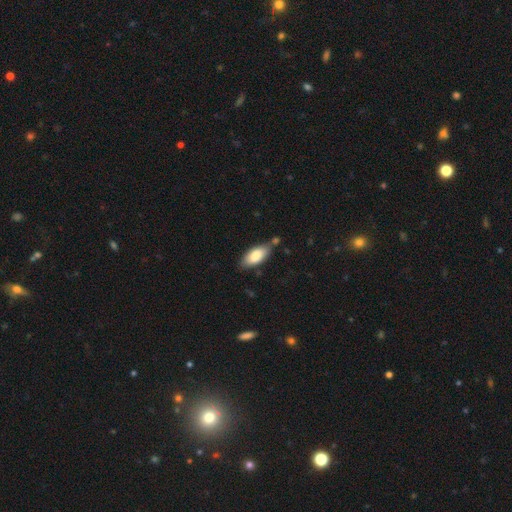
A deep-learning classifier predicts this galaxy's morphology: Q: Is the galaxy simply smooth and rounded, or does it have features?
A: smooth — 82%.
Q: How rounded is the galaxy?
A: in between — 87%.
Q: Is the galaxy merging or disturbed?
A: none — 70%.